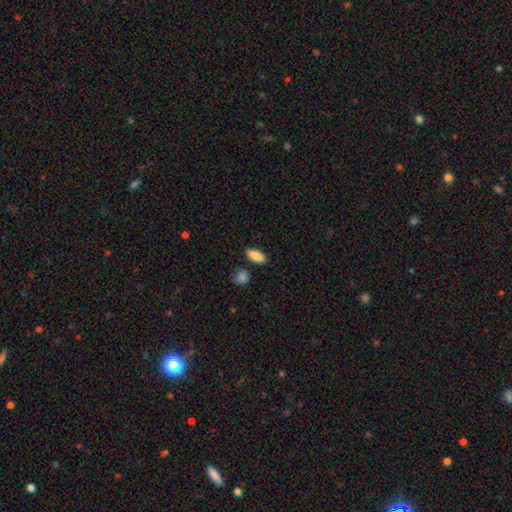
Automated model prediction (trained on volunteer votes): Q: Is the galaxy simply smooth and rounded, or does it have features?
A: smooth — 89%.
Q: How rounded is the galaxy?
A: in between — 87%.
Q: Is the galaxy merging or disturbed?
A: none — 84%.